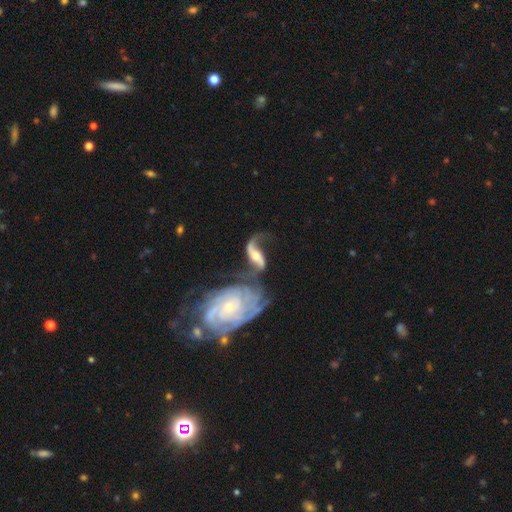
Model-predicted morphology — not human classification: A featured or disk galaxy (84%) with a weak bar (37%), 2 (83%) loose (79%) spiral arms (93%) and a moderate central bulge (46%).

Vote fractions:
- Smooth or featured? featured or disk: 84% / smooth: 10% / star or artifact: 6%
- Edge-on disk? no: 95% / yes: 5%
- Bar? weak: 37% / no: 36% / strong: 27%
- Spiral arms? yes: 93% / no: 7%
- Spiral winding? loose: 79% / medium: 16% / tight: 5%
- Spiral arm count? 2: 83% / 1: 6% / can't tell: 5% / 3: 2% / 4: 1% / more than 4: 1%
- Bulge size? moderate: 46% / small: 37% / large: 9% / none: 5% / dominant: 2%
- Merging? merger: 47% / none: 24% / major disturbance: 18% / minor disturbance: 11%